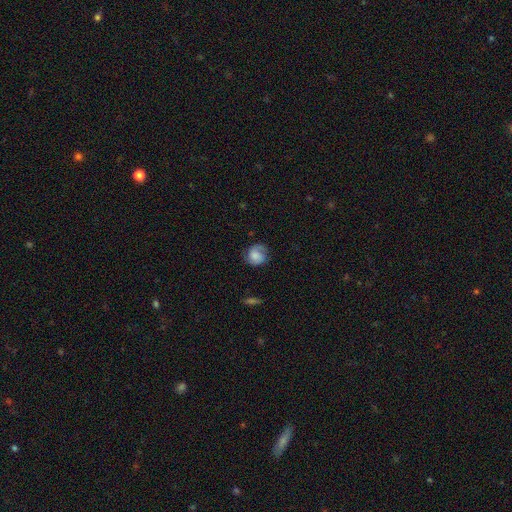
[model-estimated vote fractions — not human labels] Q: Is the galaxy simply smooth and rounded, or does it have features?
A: featured or disk — 48%.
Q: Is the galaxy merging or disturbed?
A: none — 69%.